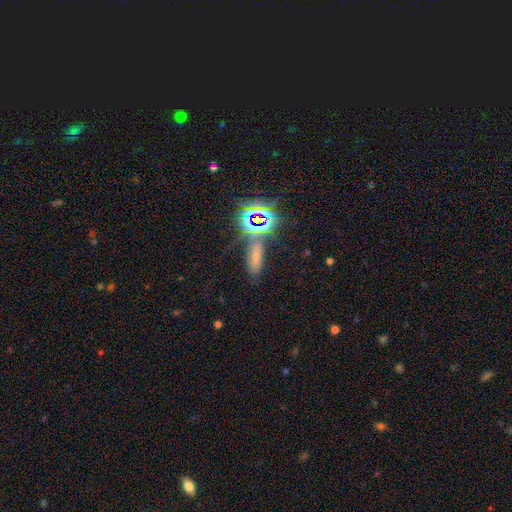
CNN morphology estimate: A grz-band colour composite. It shows a smooth galaxy with no disk features (48%). Merging: none (64%).